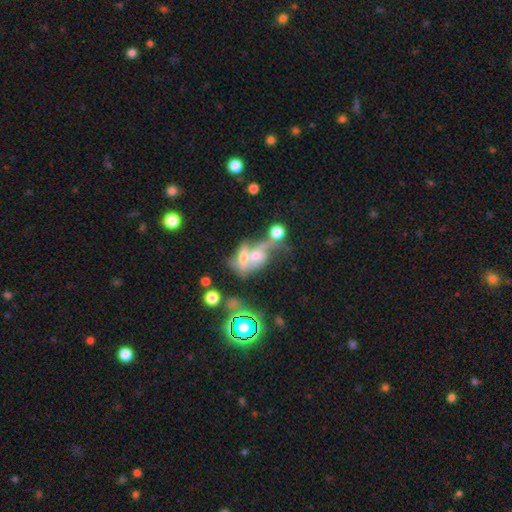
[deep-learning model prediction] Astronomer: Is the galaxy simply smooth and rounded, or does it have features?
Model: featured or disk — 43% (runner-up: smooth, 39%).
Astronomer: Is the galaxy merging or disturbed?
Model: merger — 66%.